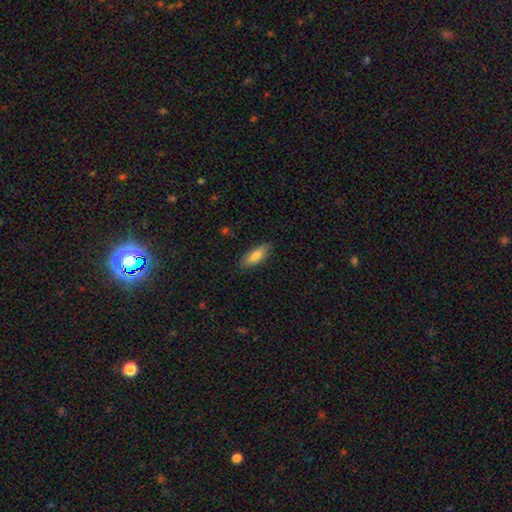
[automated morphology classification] The model was most divided on "how rounded": in between: 70%, cigar-shaped: 28%, round: 2%. More confident: merging — none (86%); smooth or featured — smooth (83%).